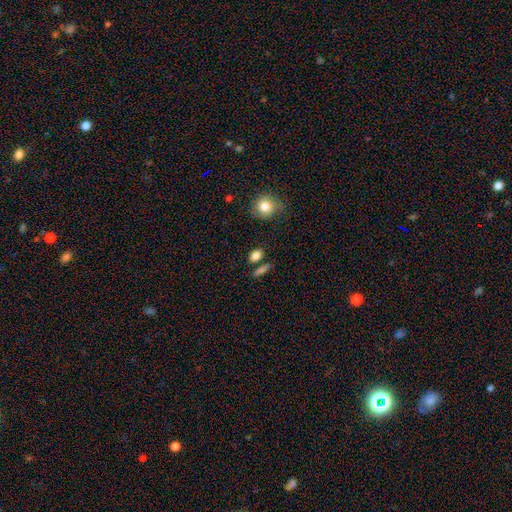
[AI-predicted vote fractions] Smooth or featured? Predicted: smooth (p=0.85). How rounded? Predicted: in between (p=0.74). Merging? Predicted: none (p=0.75).